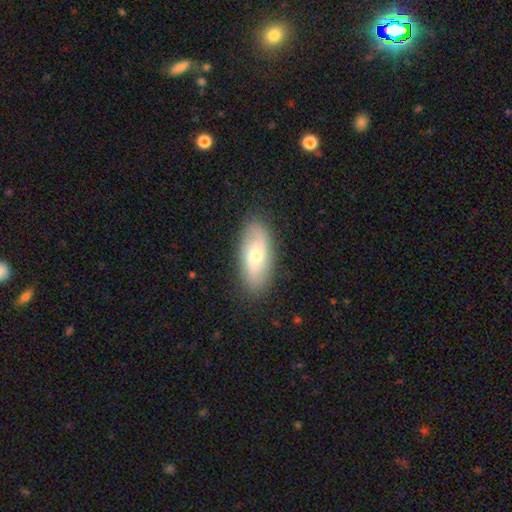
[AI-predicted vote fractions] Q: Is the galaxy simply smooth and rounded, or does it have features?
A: featured or disk — 47%.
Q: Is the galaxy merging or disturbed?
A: none — 85%.